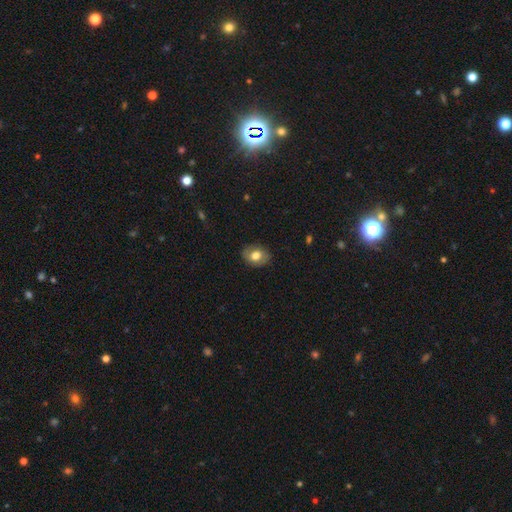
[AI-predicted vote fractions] Smooth or featured: smooth — 68% (featured or disk — 24%)
How rounded: in between — 62% (round — 37%)
Merging: none — 83% (minor disturbance — 13%)